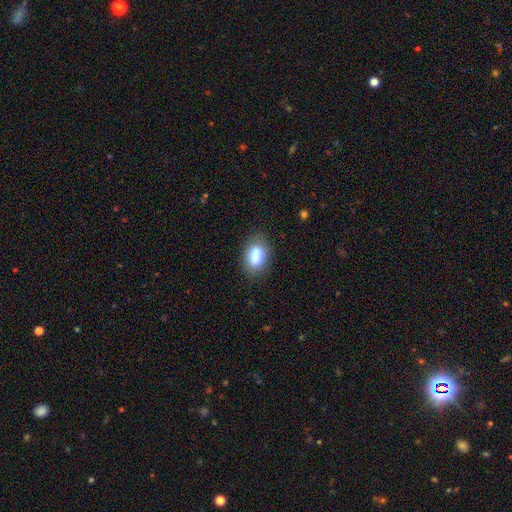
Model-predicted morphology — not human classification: Smooth or featured? Predicted: smooth (p=0.82). How rounded? Predicted: in between (p=0.88). Merging? Predicted: none (p=0.73).